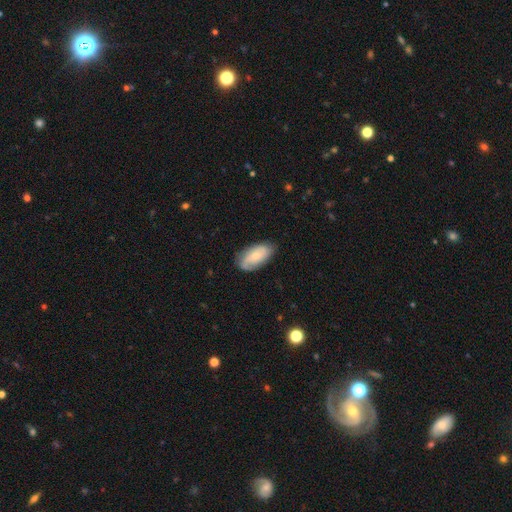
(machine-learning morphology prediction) Q: Smooth or featured?
A: featured or disk (48%); runner-up: smooth (45%)
Q: Merging?
A: none (76%); runner-up: minor disturbance (18%)